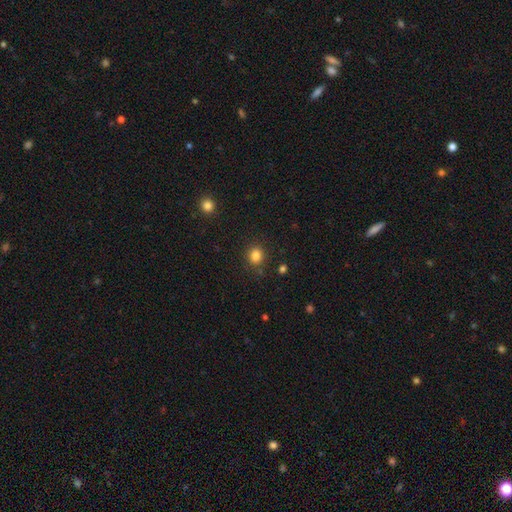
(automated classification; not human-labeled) smooth 84%, star or artifact 12%, featured or disk 5%. Down the decision tree: how rounded — round (74%); merging — none (86%).